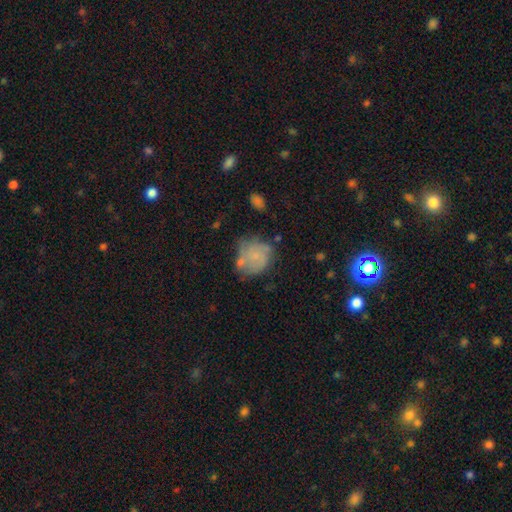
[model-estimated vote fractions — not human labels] This is possibly a smooth galaxy (57%). How rounded: likely round (72%). Merging: possibly none (46%).